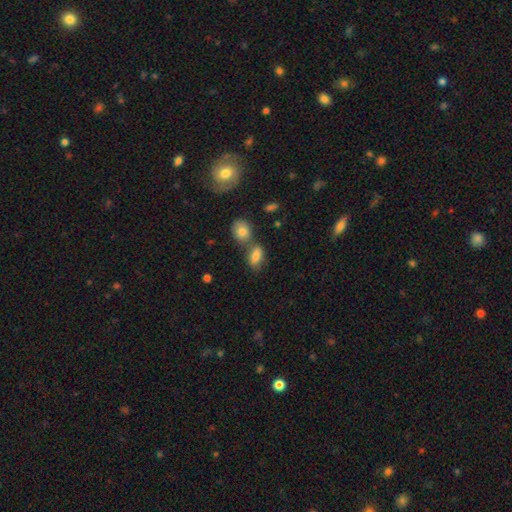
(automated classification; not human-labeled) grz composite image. It shows a smooth galaxy with no disk features (79%) that is in between round and cigar-shaped (86%). Merging: none (47%).